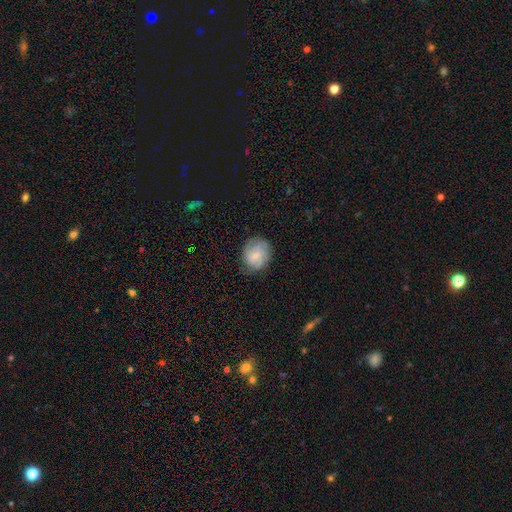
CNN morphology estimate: This is possibly a smooth galaxy (46%, tied with featured or disk). Merging: likely none (72%).